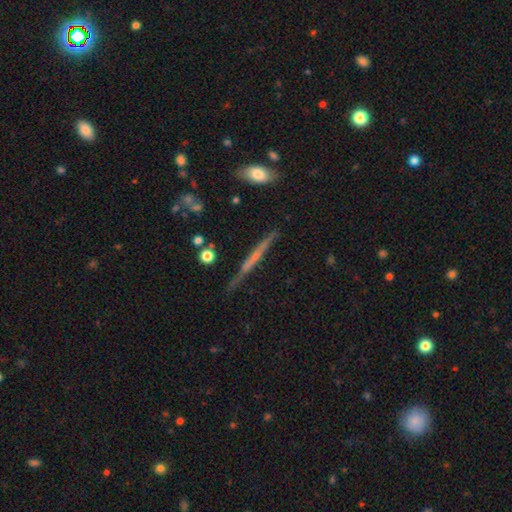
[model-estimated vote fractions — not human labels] A featured or disk galaxy (61%) viewed edge-on (96%) with no central bulge (71%). Merging: none (83%).